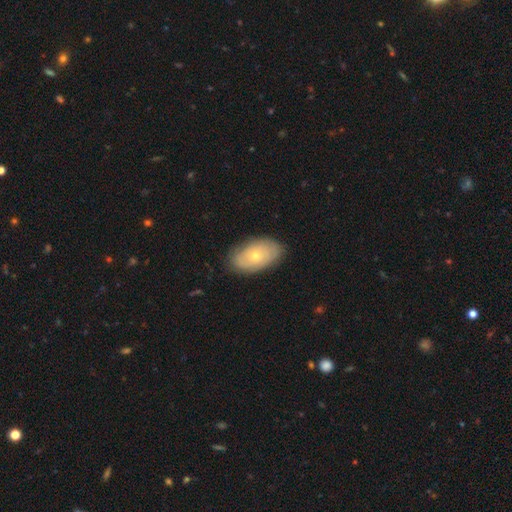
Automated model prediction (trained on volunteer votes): Morphology: type=smooth (52%); roundness=in between (92%); merging=none (82%).